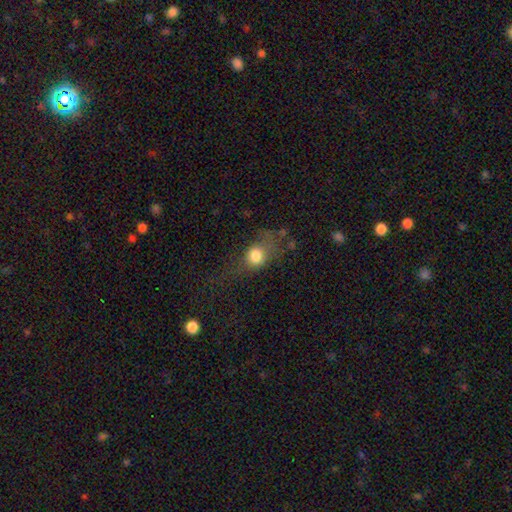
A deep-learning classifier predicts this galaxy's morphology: Smooth or featured?
  - smooth: 74% *
  - featured or disk: 14%
  - star or artifact: 11%
How rounded?
  - round: 56% *
  - in between: 42%
  - cigar-shaped: 2%
Merging?
  - none: 36% *
  - major disturbance: 35%
  - minor disturbance: 25%
  - merger: 4%